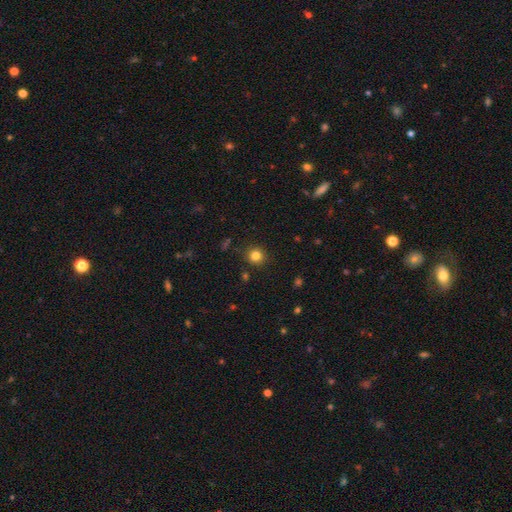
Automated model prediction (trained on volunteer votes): A smooth galaxy with no disk features (82%) that is round (91%). Merging: none (89%).